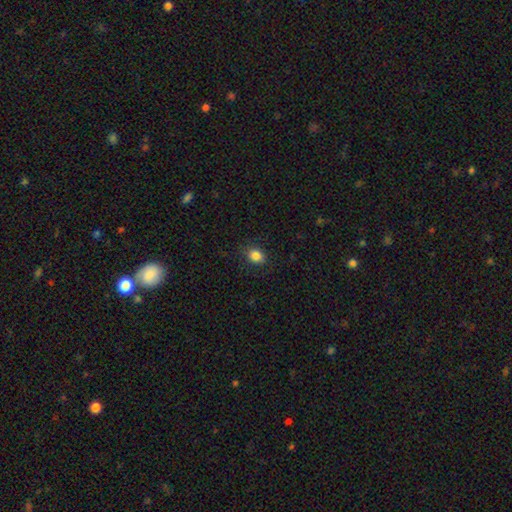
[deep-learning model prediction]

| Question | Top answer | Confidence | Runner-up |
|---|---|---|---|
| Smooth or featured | smooth | 85% | star or artifact (10%) |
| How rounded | round | 51% | in between (48%) |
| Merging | none | 86% | minor disturbance (10%) |